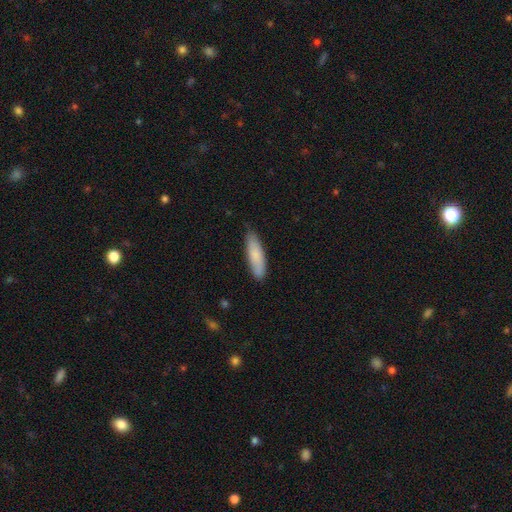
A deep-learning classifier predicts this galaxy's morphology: Smooth or featured: smooth — 81% (featured or disk — 13%)
How rounded: cigar-shaped — 62% (in between — 36%)
Merging: none — 82% (minor disturbance — 15%)